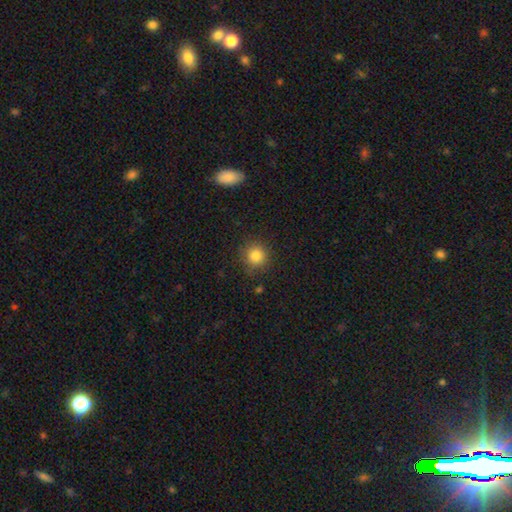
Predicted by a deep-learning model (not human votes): Q: Smooth or featured?
A: smooth (82%); runner-up: star or artifact (12%)
Q: How rounded?
A: round (91%); runner-up: in between (8%)
Q: Merging?
A: none (86%); runner-up: minor disturbance (10%)